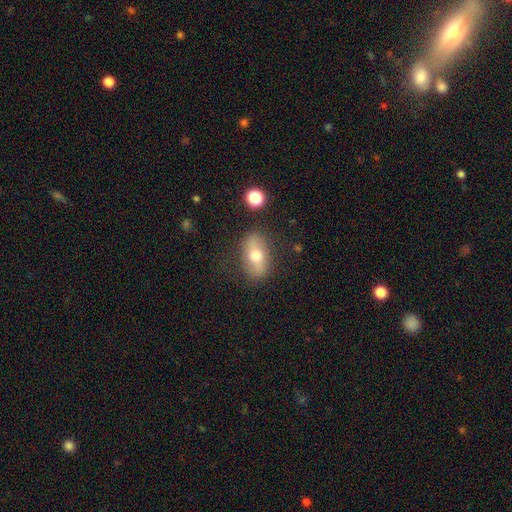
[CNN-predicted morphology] A smooth galaxy with no disk features (52%) that is in between round and cigar-shaped (83%).

Vote fractions:
- Smooth or featured? smooth: 52% / featured or disk: 40% / star or artifact: 8%
- How rounded? in between: 83% / round: 10% / cigar-shaped: 6%
- Merging? none: 79% / minor disturbance: 14% / major disturbance: 5% / merger: 2%